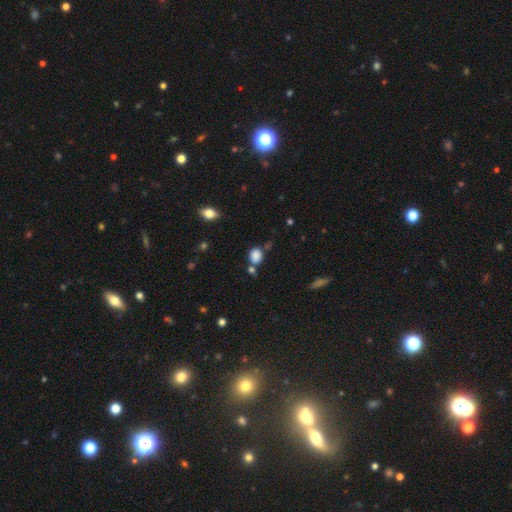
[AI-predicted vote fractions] Smooth or featured? Predicted: smooth (p=0.85). How rounded? Predicted: round (p=0.59). Merging? Predicted: none (p=0.65).